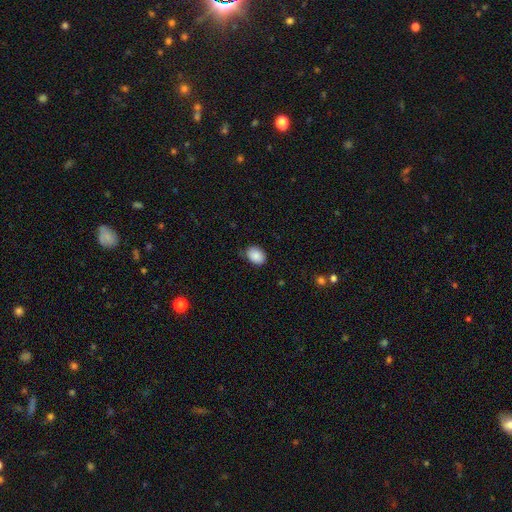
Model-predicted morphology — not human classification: Smooth or featured? Predicted: smooth (p=0.88). How rounded? Predicted: in between (p=0.72). Merging? Predicted: none (p=0.78).